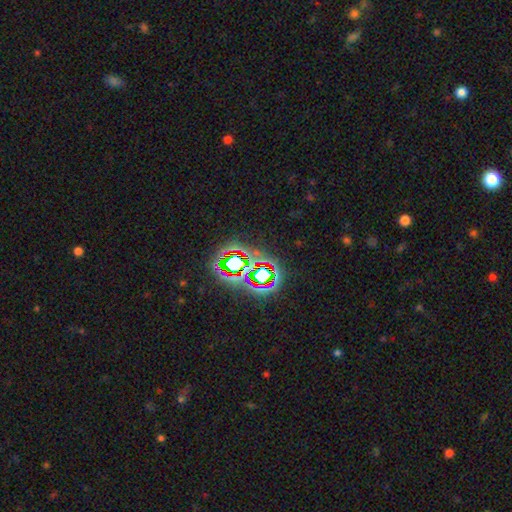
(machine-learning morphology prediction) smooth_or_featured: star or artifact (p=0.76) [alt: smooth p=0.12]